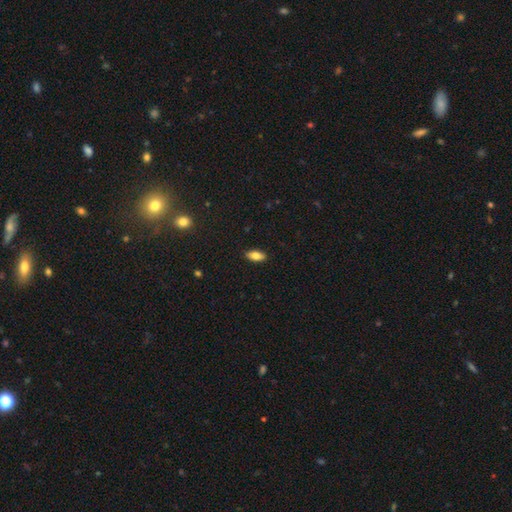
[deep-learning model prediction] This appears to be a smooth galaxy with no disk features (80%) that is in between round and cigar-shaped (88%). Merging: none (89%).